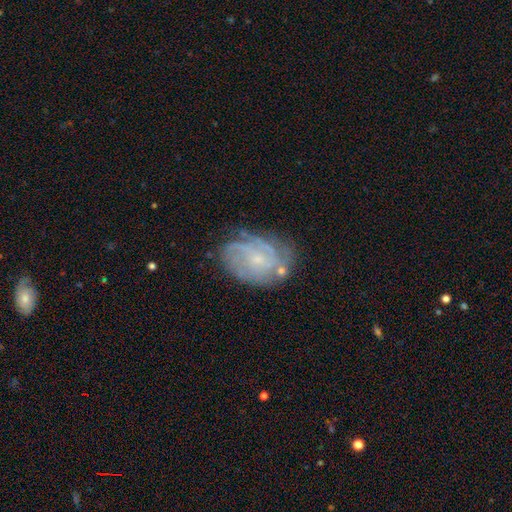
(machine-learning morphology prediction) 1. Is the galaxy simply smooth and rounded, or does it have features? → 67% featured or disk, 18% smooth, 15% star or artifact.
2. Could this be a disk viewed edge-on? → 97% no, 3% yes.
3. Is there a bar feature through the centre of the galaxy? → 60% no, 33% weak, 7% strong.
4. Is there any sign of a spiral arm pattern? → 88% yes, 12% no.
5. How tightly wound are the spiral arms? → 59% tight, 31% medium, 10% loose.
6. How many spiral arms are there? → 41% can't tell, 17% 2, 16% 3, 12% 4, 7% more than 4, 7% 1.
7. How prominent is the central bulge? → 72% small, 20% moderate, 6% none, 1% large, 1% dominant.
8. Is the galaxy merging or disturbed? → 74% none, 17% minor disturbance, 6% major disturbance, 3% merger.